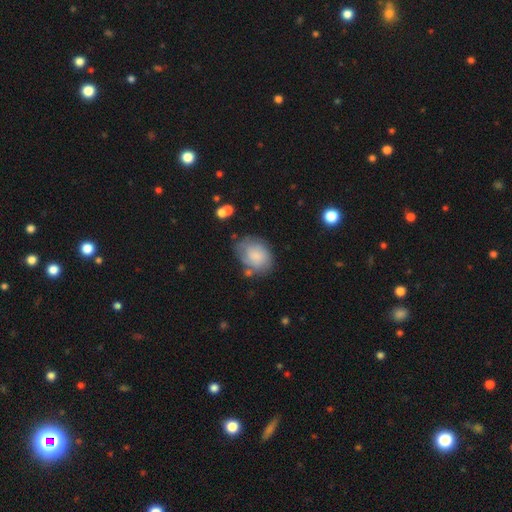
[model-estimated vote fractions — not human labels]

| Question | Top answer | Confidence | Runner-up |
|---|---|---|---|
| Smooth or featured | smooth | 62% | featured or disk (30%) |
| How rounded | in between | 61% | round (38%) |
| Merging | none | 56% | minor disturbance (27%) |